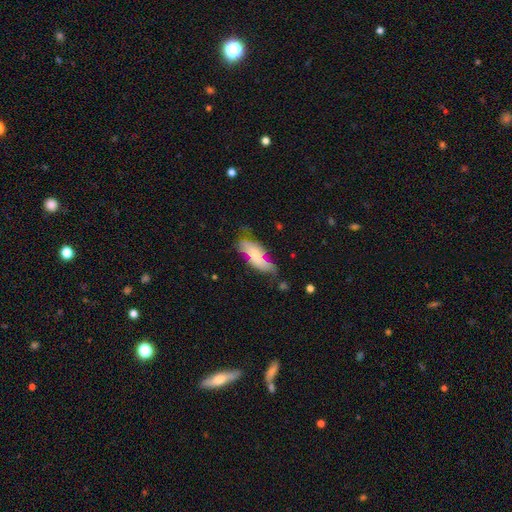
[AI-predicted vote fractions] Overall: smooth (60%; featured or disk 32%). How rounded: in between (70%). Merging: none (43%; minor disturbance 34%).